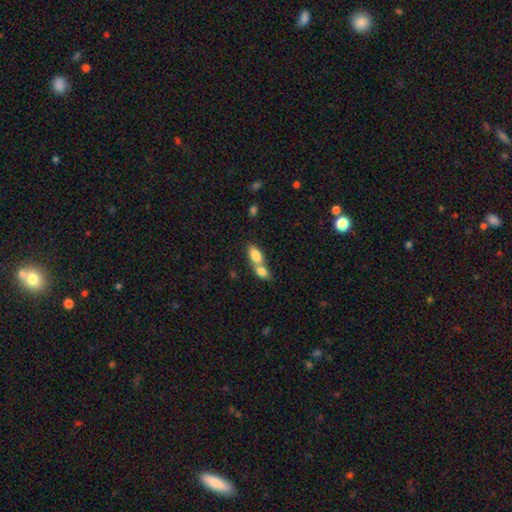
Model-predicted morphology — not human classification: A smooth galaxy with no disk features (80%) that is in between round and cigar-shaped (86%). Merging: merger (69%).